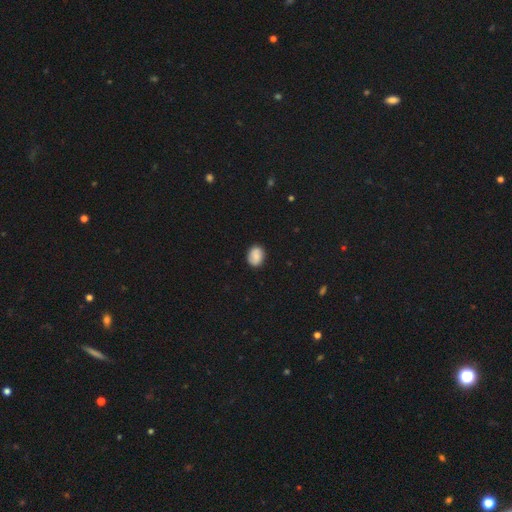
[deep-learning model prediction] smooth-or-featured: smooth: 81% | featured or disk: 11% | star or artifact: 8%
  how-rounded: in between: 55% | round: 44% | cigar-shaped: 1%
  merging: none: 85% | minor disturbance: 11% | major disturbance: 2% | merger: 1%